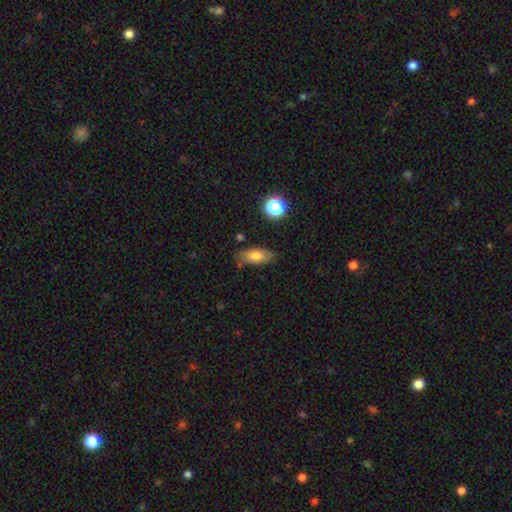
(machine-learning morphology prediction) Smooth or featured? smooth (75%)
How rounded? in between (79%)
Merging? none (79%)